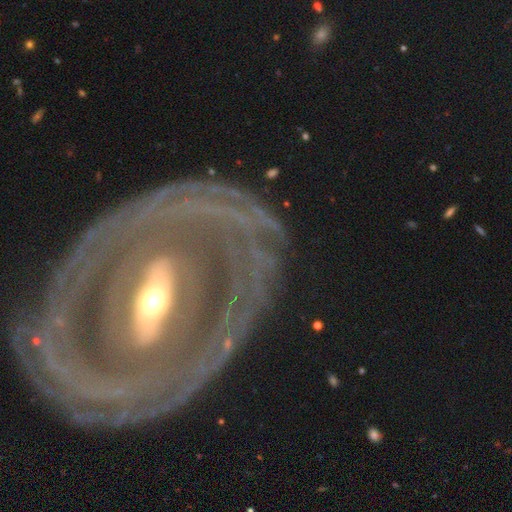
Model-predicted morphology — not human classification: The model was most divided on "spiral arm count": can't tell: 37%, 2: 28%, 3: 10%, more than 4: 9%, 4: 8%, 1: 8%. More confident: edge-on disk — no (90%); smooth or featured — featured or disk (84%); merging — none (78%); spiral winding — tight (74%); spiral arms — yes (69%); bulge size — moderate (56%); bar — strong (53%).